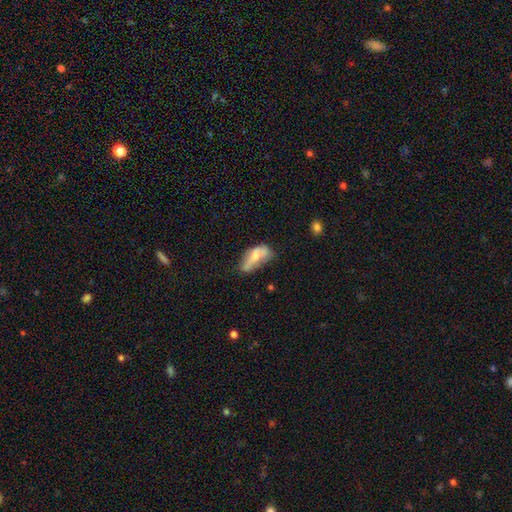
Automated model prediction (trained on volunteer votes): Q: Smooth or featured?
A: smooth (59%); runner-up: featured or disk (33%)
Q: How rounded?
A: in between (84%); runner-up: cigar-shaped (12%)
Q: Merging?
A: minor disturbance (33%); runner-up: none (32%)